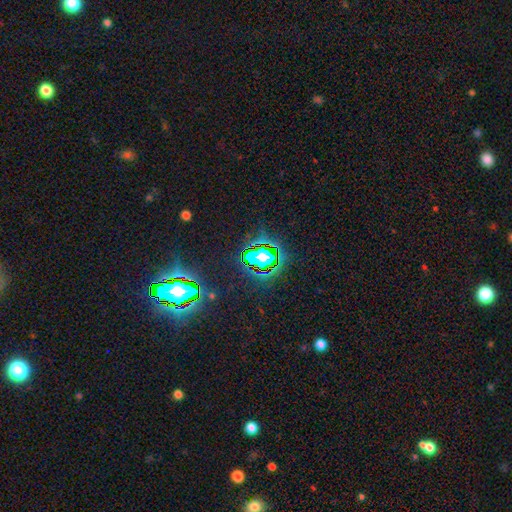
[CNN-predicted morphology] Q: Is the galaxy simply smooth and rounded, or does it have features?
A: star or artifact — 81%.